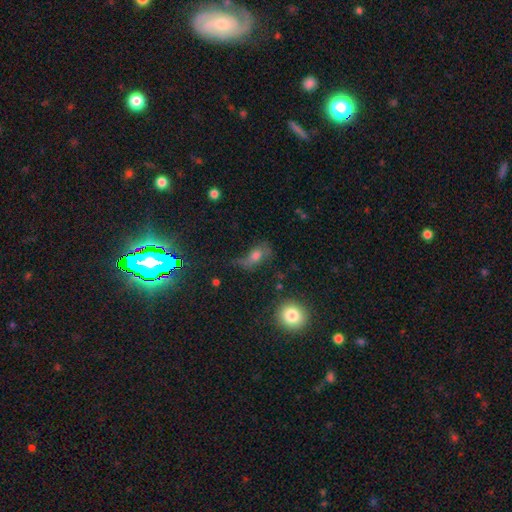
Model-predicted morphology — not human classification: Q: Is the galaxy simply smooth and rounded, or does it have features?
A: smooth — 53%.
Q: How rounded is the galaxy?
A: in between — 72%.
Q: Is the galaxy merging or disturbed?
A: major disturbance — 35%.